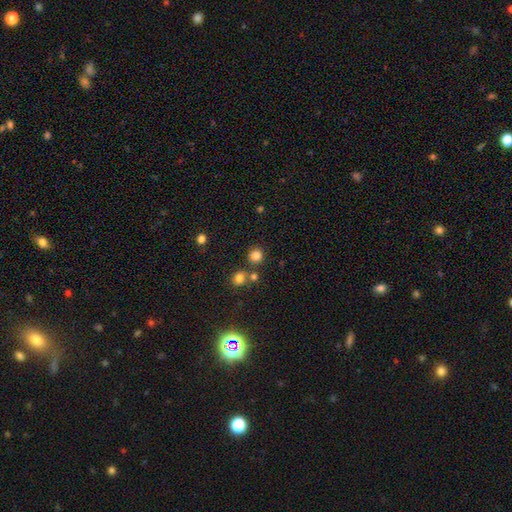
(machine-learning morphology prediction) Q: Smooth or featured?
A: smooth (80%); runner-up: star or artifact (15%)
Q: How rounded?
A: round (91%); runner-up: in between (8%)
Q: Merging?
A: none (77%); runner-up: merger (13%)